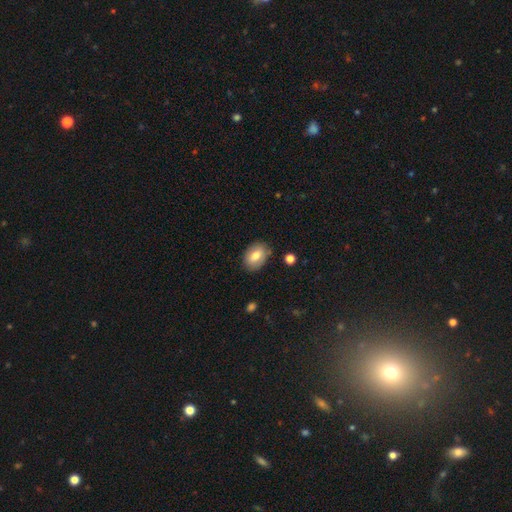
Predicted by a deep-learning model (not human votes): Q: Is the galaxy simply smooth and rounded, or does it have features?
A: smooth — 76%.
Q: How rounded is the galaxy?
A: in between — 82%.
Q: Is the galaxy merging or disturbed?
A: none — 83%.